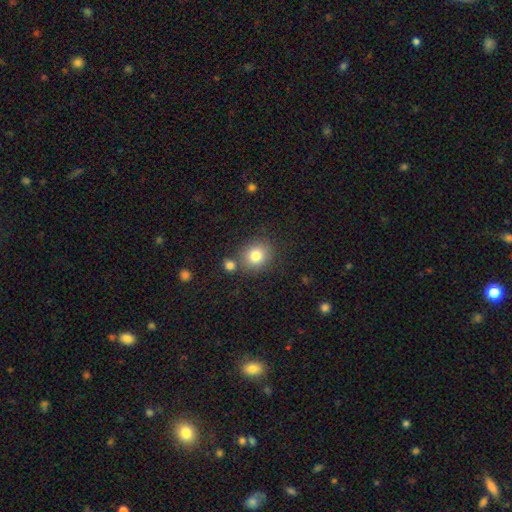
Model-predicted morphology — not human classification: A smooth galaxy with no disk features (80%) that is round (78%).

Vote fractions:
- Smooth or featured? smooth: 80% / star or artifact: 11% / featured or disk: 9%
- How rounded? round: 78% / in between: 21% / cigar-shaped: 1%
- Merging? none: 74% / merger: 12% / minor disturbance: 11% / major disturbance: 3%